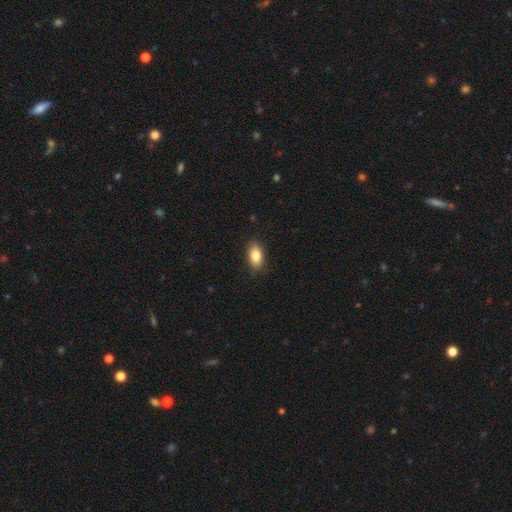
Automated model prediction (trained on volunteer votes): The model was most divided on "smooth or featured": smooth: 84%, featured or disk: 9%, star or artifact: 8%. More confident: how rounded — in between (90%); merging — none (86%).